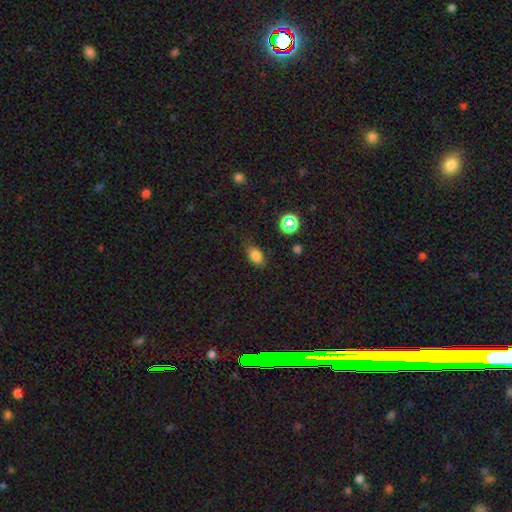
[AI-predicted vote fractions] Q: Smooth or featured?
A: smooth (78%); runner-up: star or artifact (14%)
Q: How rounded?
A: in between (84%); runner-up: round (12%)
Q: Merging?
A: none (72%); runner-up: minor disturbance (20%)